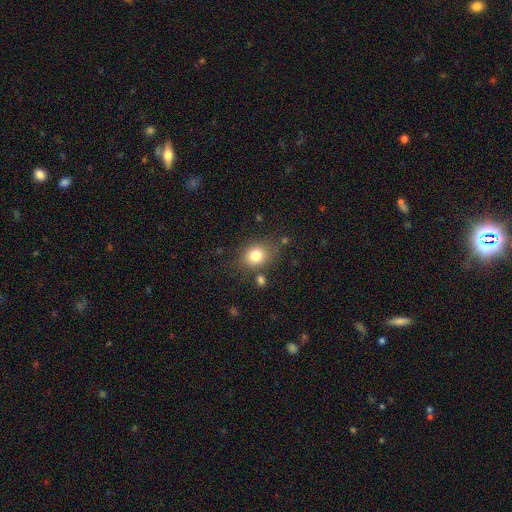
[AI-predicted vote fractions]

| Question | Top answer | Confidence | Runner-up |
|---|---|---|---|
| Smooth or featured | smooth | 80% | star or artifact (11%) |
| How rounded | round | 53% | in between (46%) |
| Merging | none | 73% | minor disturbance (15%) |